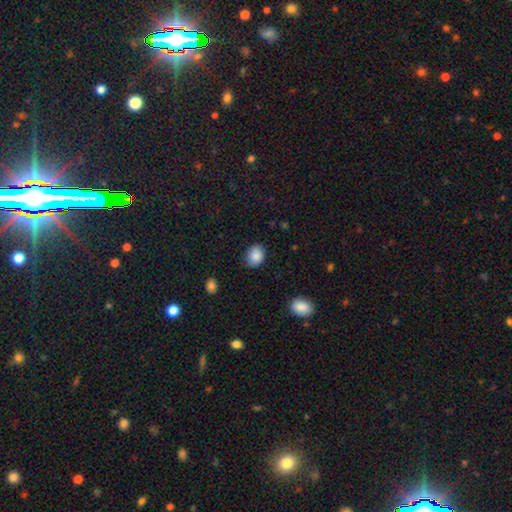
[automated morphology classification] Smooth or featured: smooth — 87% (star or artifact — 8%)
How rounded: in between — 59% (round — 40%)
Merging: none — 82% (minor disturbance — 14%)